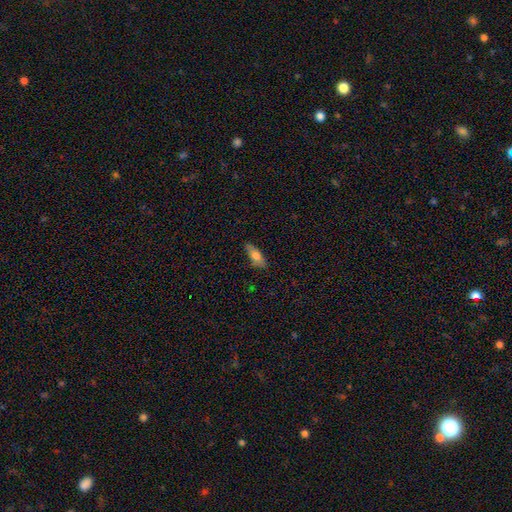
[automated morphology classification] Smooth or featured?
  - smooth: 72% *
  - featured or disk: 21%
  - star or artifact: 7%
How rounded?
  - in between: 66% *
  - cigar-shaped: 31%
  - round: 3%
Merging?
  - none: 79% *
  - minor disturbance: 17%
  - major disturbance: 3%
  - merger: 1%